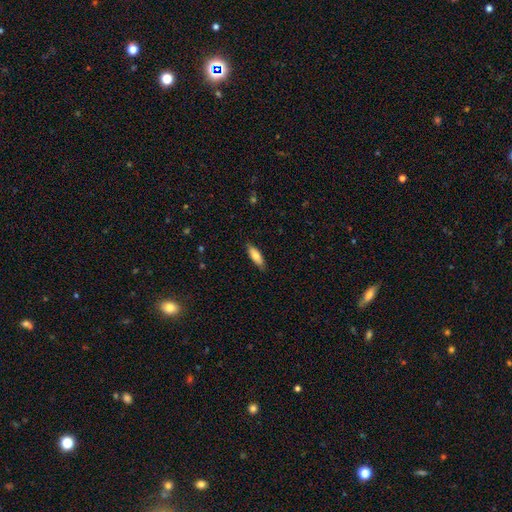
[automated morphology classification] Smooth or featured?
  - smooth: 77% *
  - featured or disk: 17%
  - star or artifact: 6%
How rounded?
  - in between: 60% *
  - cigar-shaped: 38%
  - round: 2%
Merging?
  - none: 86% *
  - minor disturbance: 11%
  - major disturbance: 2%
  - merger: 1%